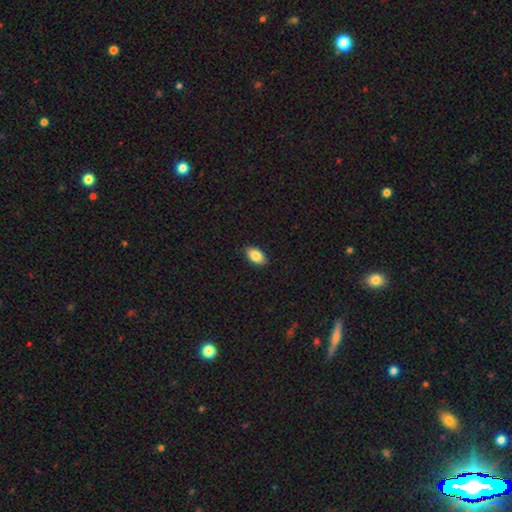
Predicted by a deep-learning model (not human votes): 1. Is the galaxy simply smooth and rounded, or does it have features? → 85% smooth, 7% featured or disk, 7% star or artifact.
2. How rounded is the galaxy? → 92% in between, 6% round, 2% cigar-shaped.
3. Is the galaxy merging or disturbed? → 88% none, 10% minor disturbance, 2% major disturbance, 1% merger.